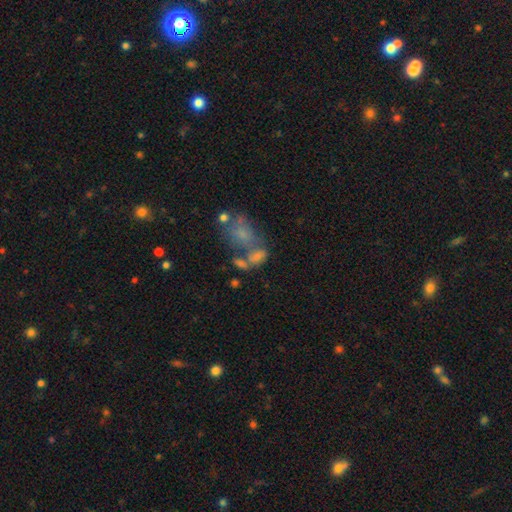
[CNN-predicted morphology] Smooth or featured? Predicted: smooth (p=0.50). How rounded? Predicted: in between (p=0.77). Merging? Predicted: merger (p=0.46).